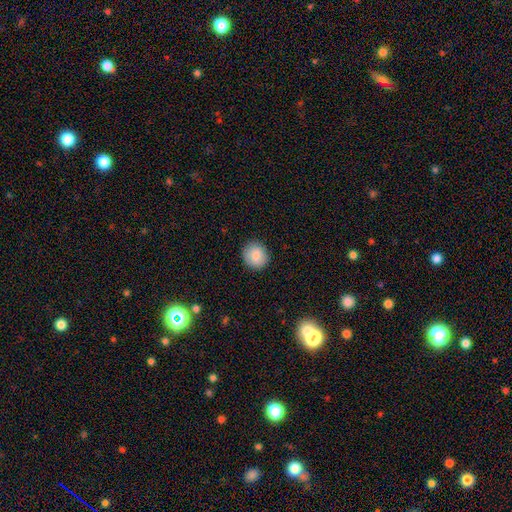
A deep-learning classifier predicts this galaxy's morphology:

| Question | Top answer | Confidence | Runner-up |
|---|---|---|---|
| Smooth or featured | smooth | 87% | star or artifact (7%) |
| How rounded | round | 87% | in between (13%) |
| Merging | none | 90% | minor disturbance (7%) |